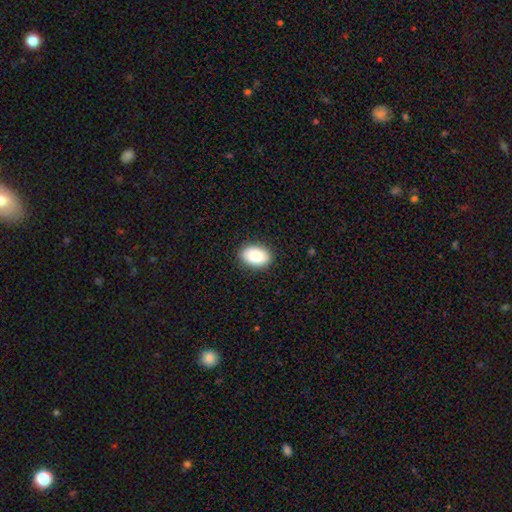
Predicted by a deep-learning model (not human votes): This is clearly a smooth galaxy (83%). How rounded: clearly in between (84%). Merging: clearly none (89%).